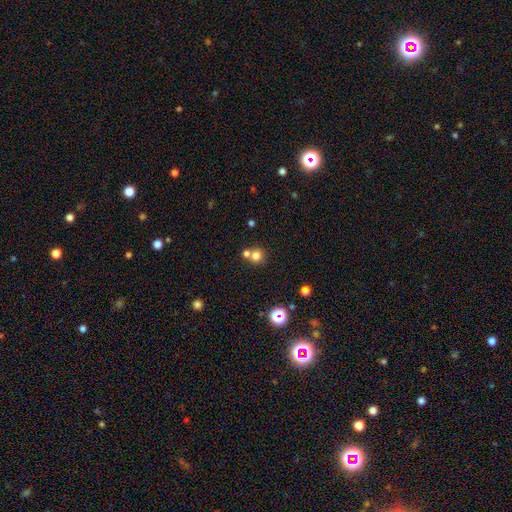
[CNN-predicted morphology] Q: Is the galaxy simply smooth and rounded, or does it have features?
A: smooth — 76%.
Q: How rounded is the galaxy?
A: round — 87%.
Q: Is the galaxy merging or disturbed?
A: none — 52%.